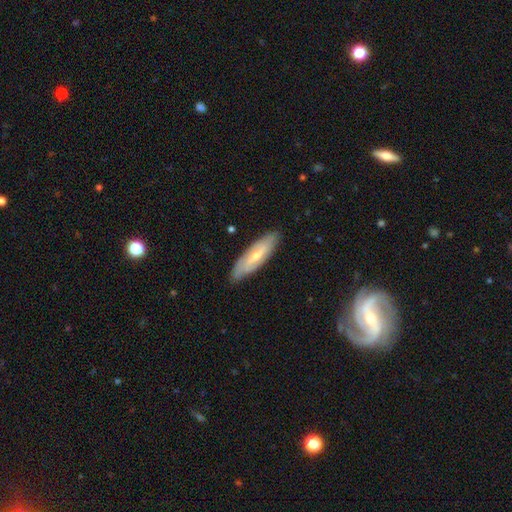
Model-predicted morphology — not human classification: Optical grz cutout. It shows a featured or disk galaxy (57%). Merging: none (81%).